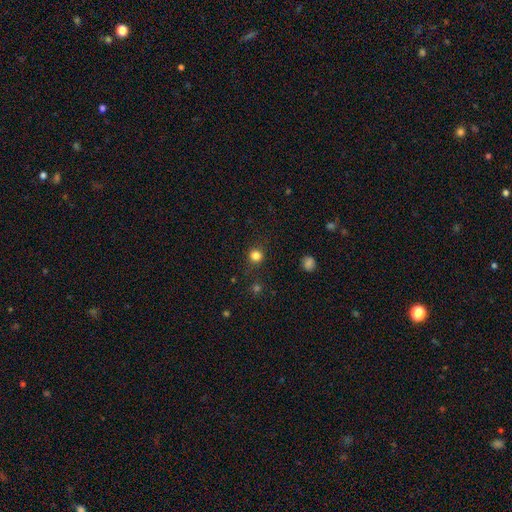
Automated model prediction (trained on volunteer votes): A smooth galaxy with no disk features (81%) that is round (92%).

Vote fractions:
- Smooth or featured? smooth: 81% / star or artifact: 14% / featured or disk: 4%
- How rounded? round: 92% / in between: 7% / cigar-shaped: 1%
- Merging? none: 86% / minor disturbance: 9% / major disturbance: 3% / merger: 2%